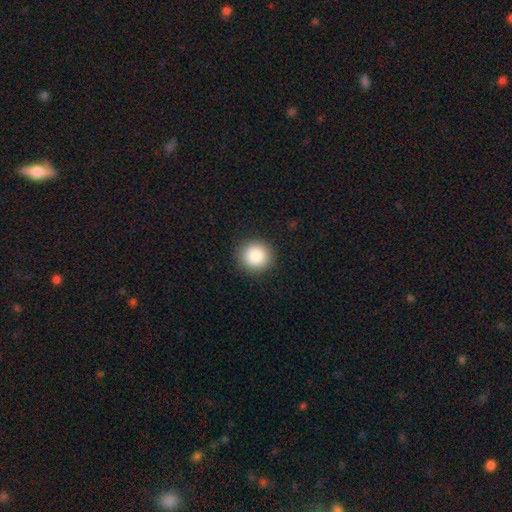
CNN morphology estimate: smooth 87%, star or artifact 9%, featured or disk 4%. Down the decision tree: how rounded — round (92%); merging — none (91%).